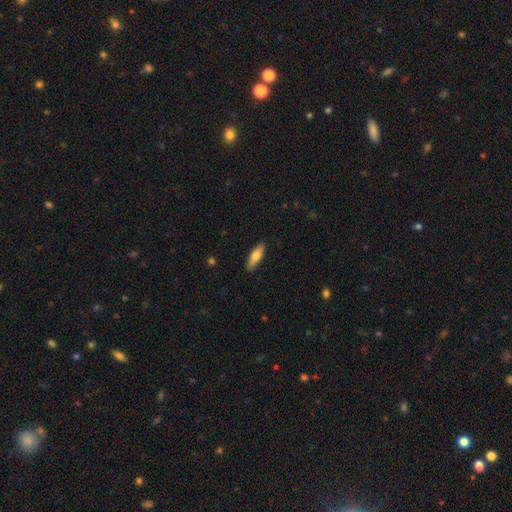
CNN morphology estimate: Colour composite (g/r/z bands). It shows a smooth galaxy with no disk features (73%) that is in between round and cigar-shaped (50%). Merging: none (87%).